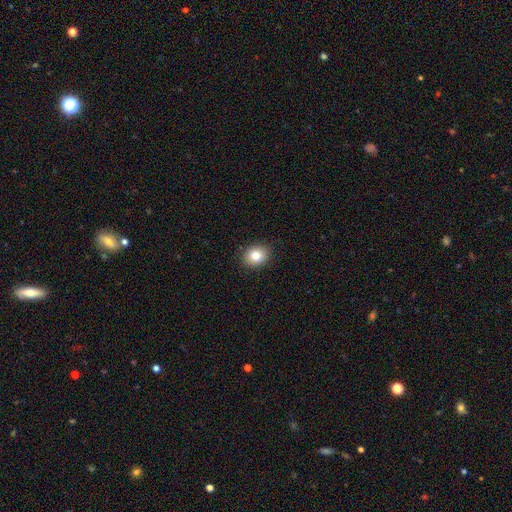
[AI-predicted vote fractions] This appears to be a smooth galaxy with no disk features (80%) that is round (57%). Merging: none (91%).